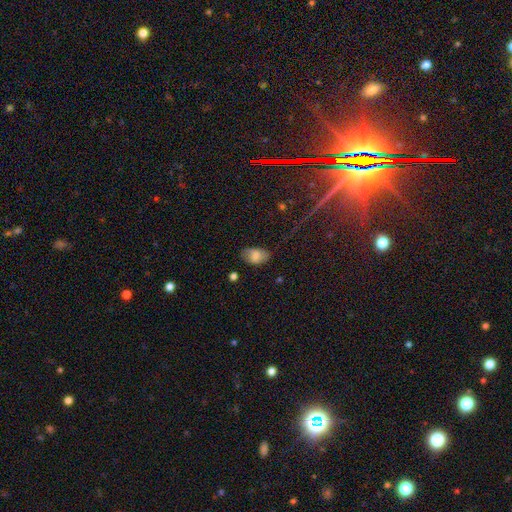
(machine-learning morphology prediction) smooth_or_featured: smooth (p=0.75) [alt: featured or disk p=0.16]
how_rounded: in between (p=0.90) [alt: round p=0.09]
merging: none (p=0.69) [alt: minor disturbance p=0.24]